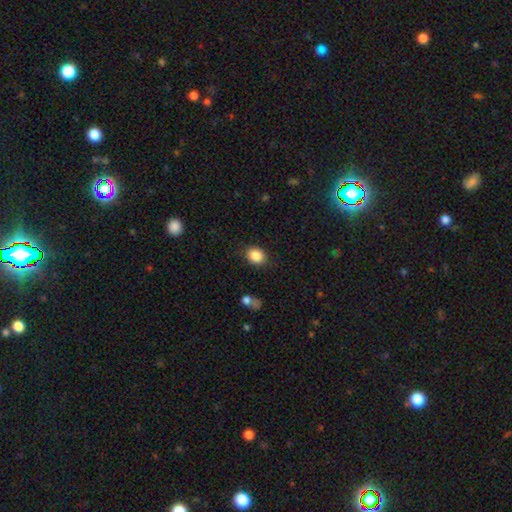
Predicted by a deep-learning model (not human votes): smooth 87%, star or artifact 9%, featured or disk 5%. Down the decision tree: how rounded — round (51%); merging — none (83%).